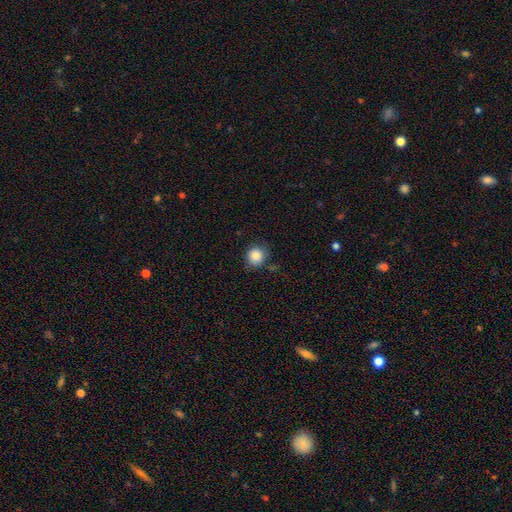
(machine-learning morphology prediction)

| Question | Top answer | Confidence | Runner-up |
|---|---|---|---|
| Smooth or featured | smooth | 86% | star or artifact (9%) |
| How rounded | round | 87% | in between (12%) |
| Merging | none | 78% | minor disturbance (15%) |